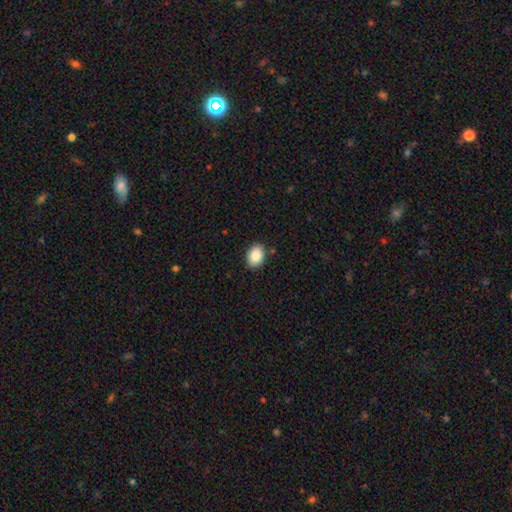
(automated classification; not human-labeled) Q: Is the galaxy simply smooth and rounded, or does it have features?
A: smooth — 87%.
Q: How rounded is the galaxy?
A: in between — 74%.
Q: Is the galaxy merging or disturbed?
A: none — 87%.